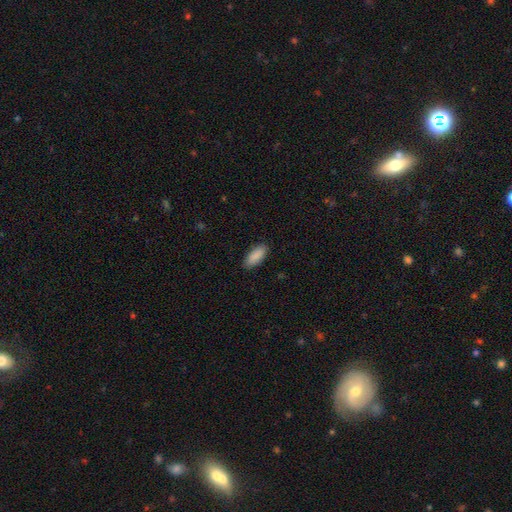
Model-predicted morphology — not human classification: This is clearly a smooth galaxy (91%). How rounded: clearly in between (83%). Merging: clearly none (88%).